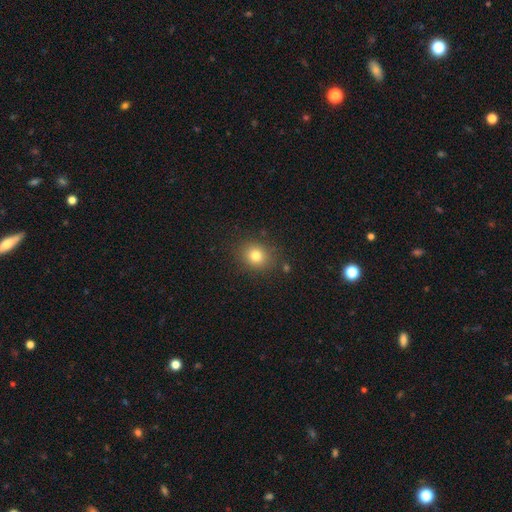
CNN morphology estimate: Smooth or featured? Predicted: smooth (p=0.80). How rounded? Predicted: round (p=0.70). Merging? Predicted: none (p=0.85).